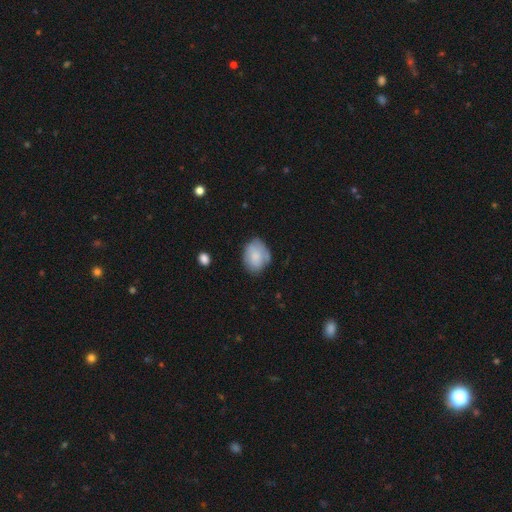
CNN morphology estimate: A smooth galaxy with no disk features (76%) that is in between round and cigar-shaped (66%). Merging: none (62%).